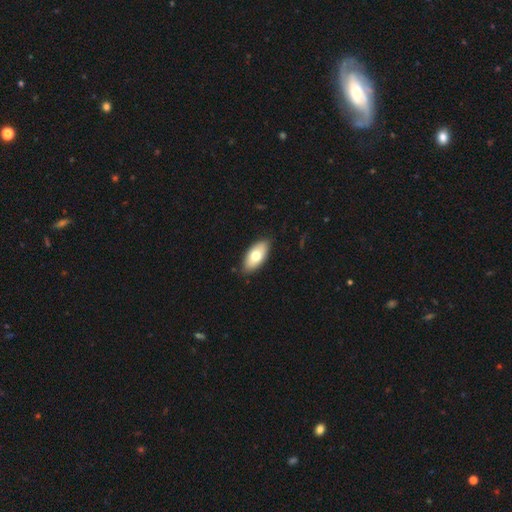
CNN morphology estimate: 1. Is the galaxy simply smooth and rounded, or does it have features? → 70% smooth, 24% featured or disk, 6% star or artifact.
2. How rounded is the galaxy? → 92% in between, 5% cigar-shaped, 3% round.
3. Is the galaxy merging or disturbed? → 87% none, 10% minor disturbance, 2% major disturbance, 1% merger.